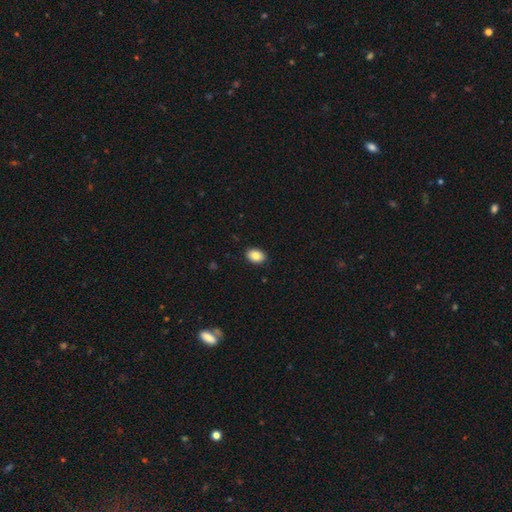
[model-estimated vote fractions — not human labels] Smooth or featured? Predicted: smooth (p=0.86). How rounded? Predicted: in between (p=0.82). Merging? Predicted: none (p=0.89).